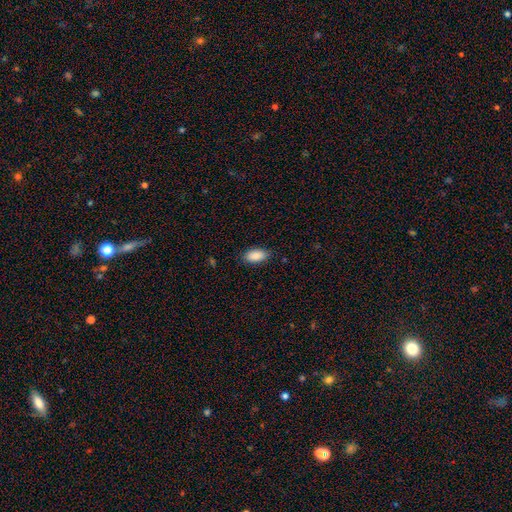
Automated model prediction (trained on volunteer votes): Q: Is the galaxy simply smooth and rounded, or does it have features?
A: smooth — 89%.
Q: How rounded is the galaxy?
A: in between — 93%.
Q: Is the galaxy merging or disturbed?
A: none — 85%.